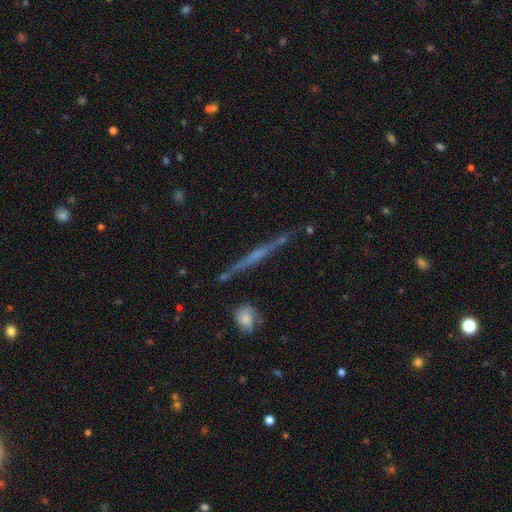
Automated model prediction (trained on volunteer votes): Overall: featured or disk (66%). Edge-on disk: yes (96%). Edge-on bulge: none (67%). Merging: none (83%).